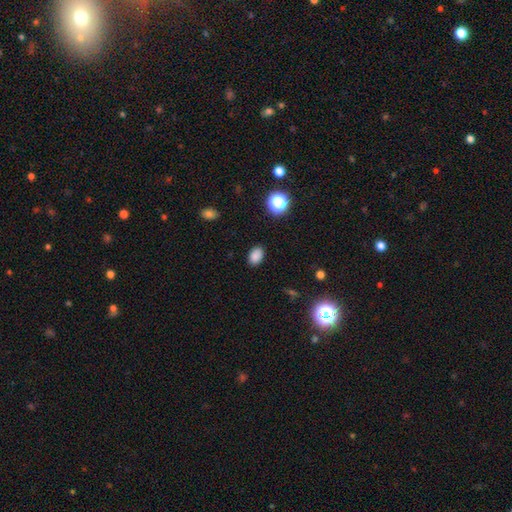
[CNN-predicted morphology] Smooth or featured?
  - smooth: 84% *
  - star or artifact: 12%
  - featured or disk: 4%
How rounded?
  - in between: 83% *
  - round: 16%
  - cigar-shaped: 1%
Merging?
  - none: 87% *
  - minor disturbance: 9%
  - major disturbance: 3%
  - merger: 1%